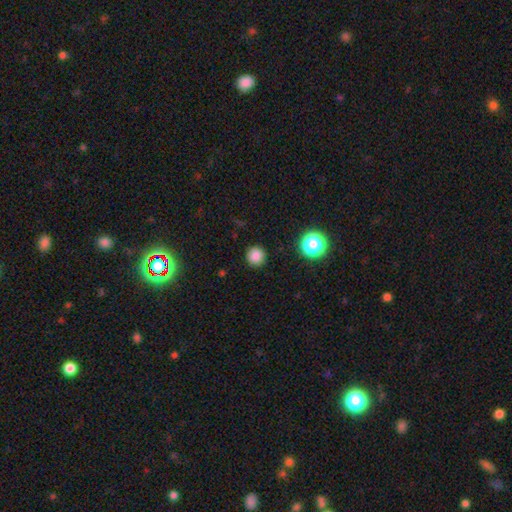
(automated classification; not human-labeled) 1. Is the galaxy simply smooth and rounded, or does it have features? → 83% smooth, 13% star or artifact, 4% featured or disk.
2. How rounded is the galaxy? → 95% round, 4% in between, 1% cigar-shaped.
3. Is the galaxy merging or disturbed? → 91% none, 6% minor disturbance, 2% major disturbance, 1% merger.